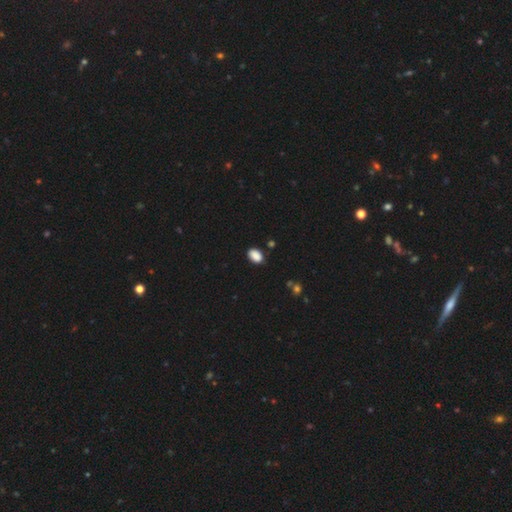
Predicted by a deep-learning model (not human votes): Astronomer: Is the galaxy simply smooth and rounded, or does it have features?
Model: smooth — 88%.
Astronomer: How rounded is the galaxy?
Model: in between — 87%.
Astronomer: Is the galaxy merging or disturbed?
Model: none — 82%.